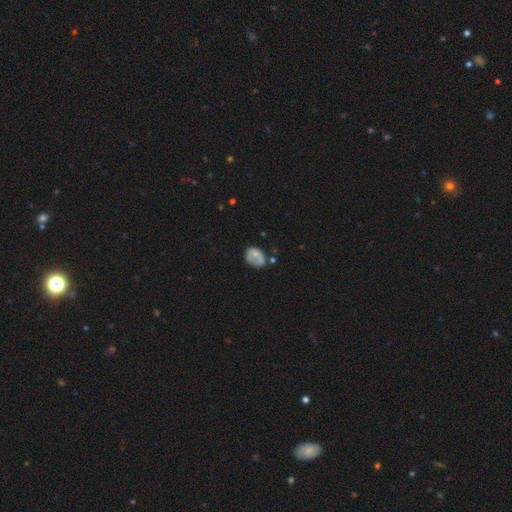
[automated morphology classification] smooth-or-featured: smooth: 60% | featured or disk: 30% | star or artifact: 10%
  how-rounded: in between: 57% | round: 42% | cigar-shaped: 1%
  merging: none: 42% | minor disturbance: 28% | major disturbance: 18% | merger: 12%